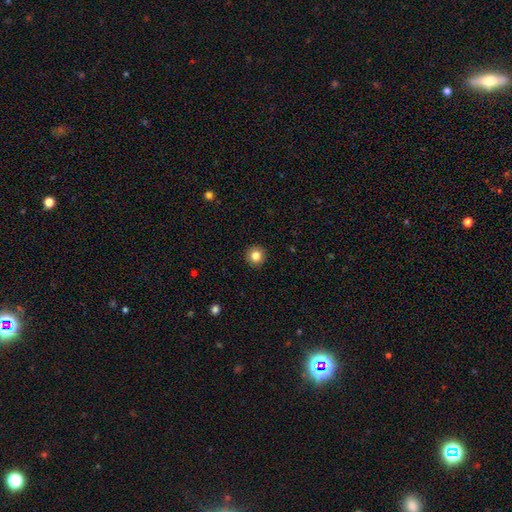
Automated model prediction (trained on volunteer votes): smooth_or_featured: smooth (p=0.83) [alt: star or artifact p=0.11]
how_rounded: round (p=0.95) [alt: in between p=0.04]
merging: none (p=0.93) [alt: minor disturbance p=0.05]